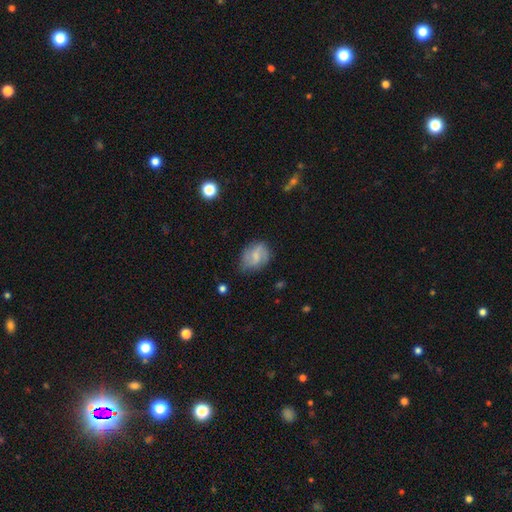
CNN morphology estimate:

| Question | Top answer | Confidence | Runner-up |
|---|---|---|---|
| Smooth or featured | featured or disk | 48% | smooth (44%) |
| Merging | none | 67% | minor disturbance (23%) |